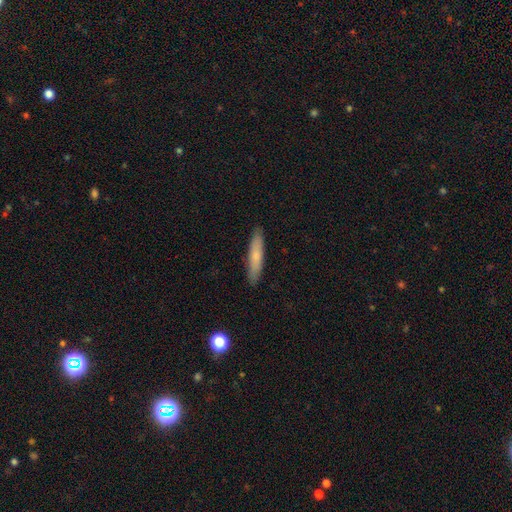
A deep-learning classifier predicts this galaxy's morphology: This appears to be a smooth galaxy with no disk features (72%) that is cigar-shaped (88%). Merging: none (90%).